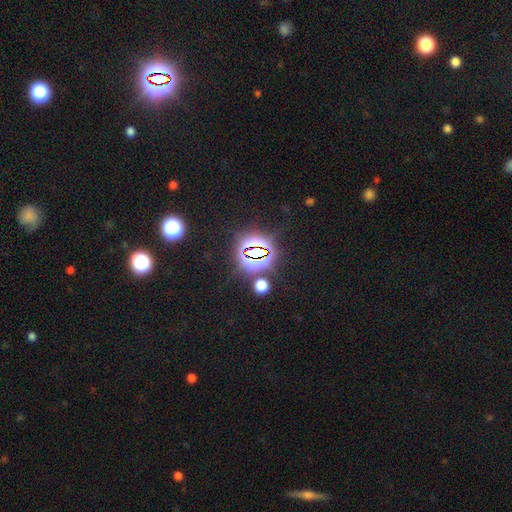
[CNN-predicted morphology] The model was most divided on "smooth or featured": star or artifact: 77%, smooth: 16%, featured or disk: 8%.